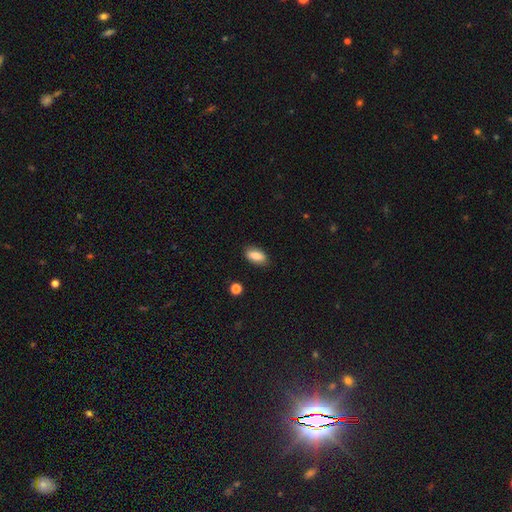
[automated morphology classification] Smooth or featured?
  - smooth: 82% *
  - featured or disk: 11%
  - star or artifact: 7%
How rounded?
  - in between: 89% *
  - cigar-shaped: 8%
  - round: 4%
Merging?
  - none: 86% *
  - minor disturbance: 11%
  - major disturbance: 2%
  - merger: 1%